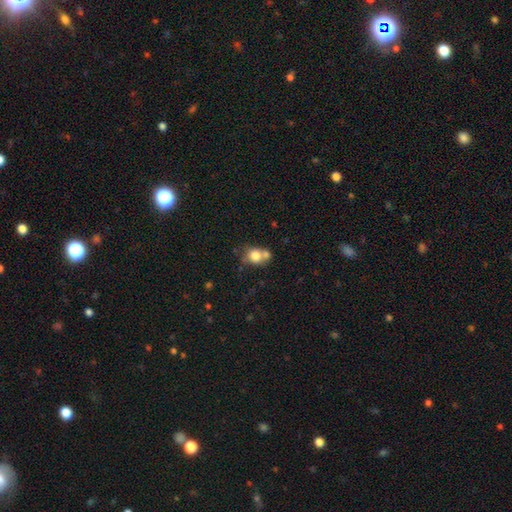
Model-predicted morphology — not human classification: Q: Smooth or featured?
A: smooth (75%); runner-up: featured or disk (15%)
Q: How rounded?
A: round (66%); runner-up: in between (33%)
Q: Merging?
A: merger (44%); runner-up: none (40%)